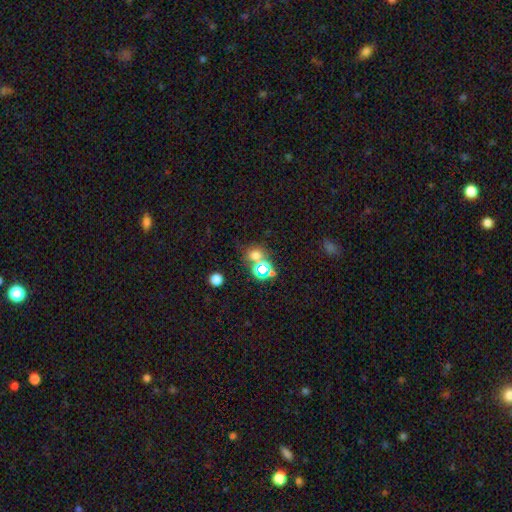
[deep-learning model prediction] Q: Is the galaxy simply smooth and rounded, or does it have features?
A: smooth — 56%.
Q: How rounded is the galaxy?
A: round — 74%.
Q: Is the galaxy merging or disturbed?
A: none — 60%.